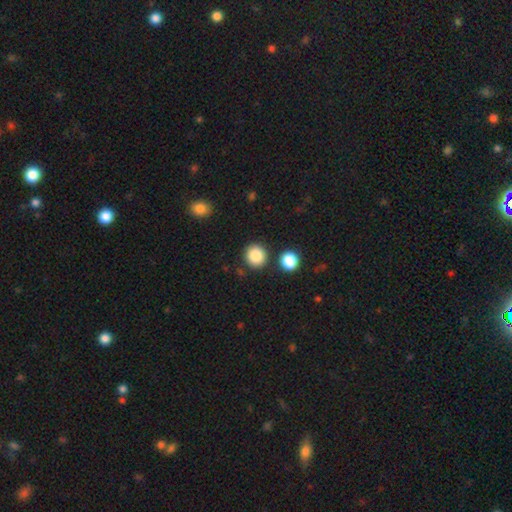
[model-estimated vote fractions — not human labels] This is clearly a smooth galaxy (87%). How rounded: clearly round (89%). Merging: clearly none (83%).